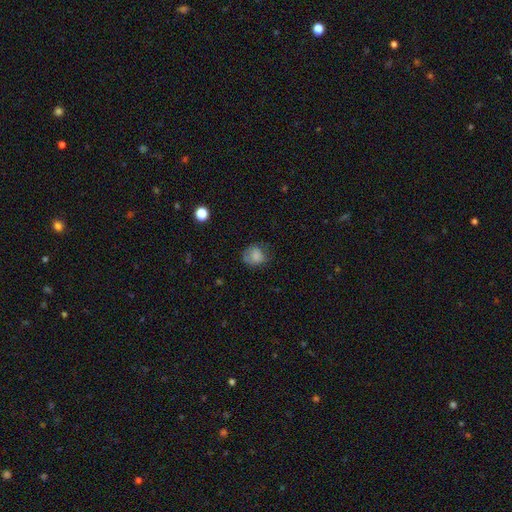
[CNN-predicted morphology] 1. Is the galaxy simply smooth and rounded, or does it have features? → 78% smooth, 12% featured or disk, 10% star or artifact.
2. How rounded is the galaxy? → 67% round, 32% in between, 1% cigar-shaped.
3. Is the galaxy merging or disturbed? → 57% none, 27% minor disturbance, 14% major disturbance, 2% merger.